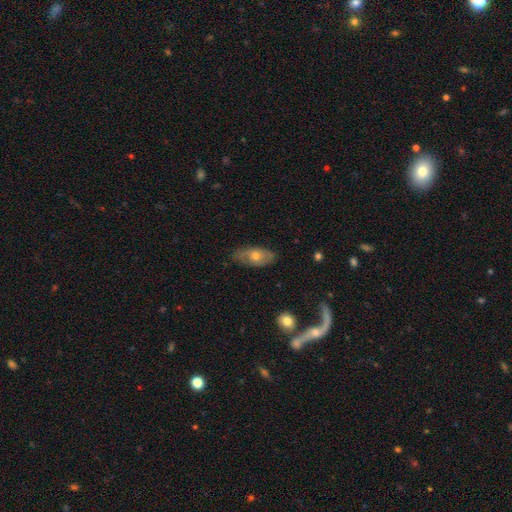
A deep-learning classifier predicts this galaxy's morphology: This is possibly a smooth galaxy (50%). Merging: likely none (77%).